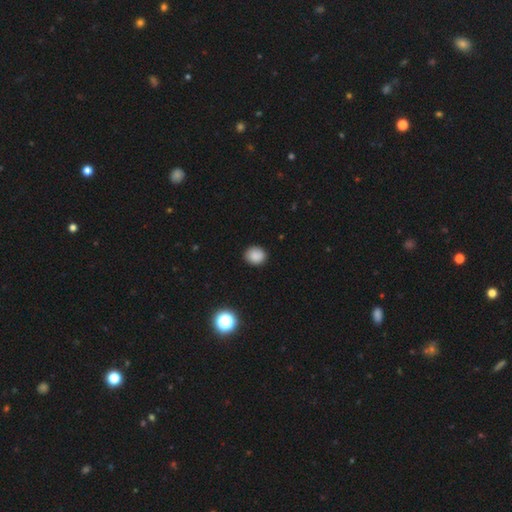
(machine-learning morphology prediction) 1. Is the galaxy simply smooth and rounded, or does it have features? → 86% smooth, 10% star or artifact, 4% featured or disk.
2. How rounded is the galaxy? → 76% round, 23% in between, 1% cigar-shaped.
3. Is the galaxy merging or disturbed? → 87% none, 9% minor disturbance, 2% major disturbance, 1% merger.